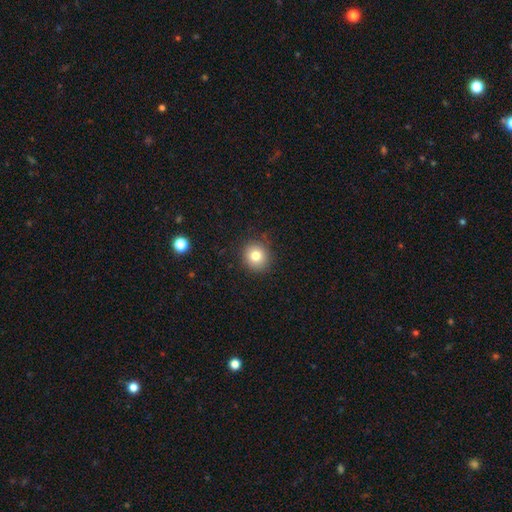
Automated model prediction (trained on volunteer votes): Overall: smooth (79%). How rounded: round (88%). Merging: none (88%).